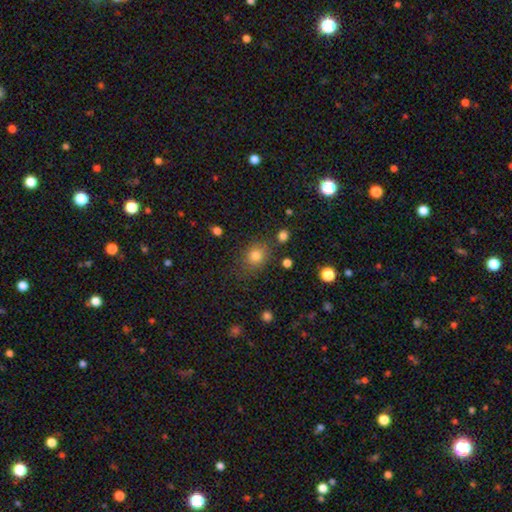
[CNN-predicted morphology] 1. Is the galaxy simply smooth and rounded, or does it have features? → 79% smooth, 13% star or artifact, 7% featured or disk.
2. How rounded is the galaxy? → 66% round, 33% in between, 1% cigar-shaped.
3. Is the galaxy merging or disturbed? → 76% none, 15% minor disturbance, 5% major disturbance, 4% merger.